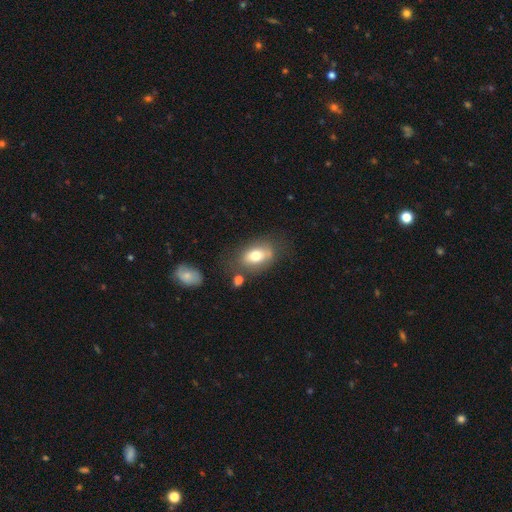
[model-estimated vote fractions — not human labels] Q: Smooth or featured?
A: smooth (70%); runner-up: featured or disk (22%)
Q: How rounded?
A: in between (85%); runner-up: round (13%)
Q: Merging?
A: none (60%); runner-up: minor disturbance (21%)